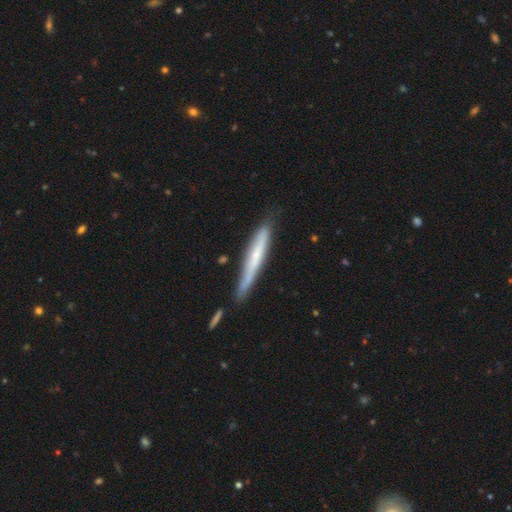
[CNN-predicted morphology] The model was most divided on "smooth or featured": smooth: 48%, featured or disk: 46%, star or artifact: 6%. More confident: merging — none (70%).